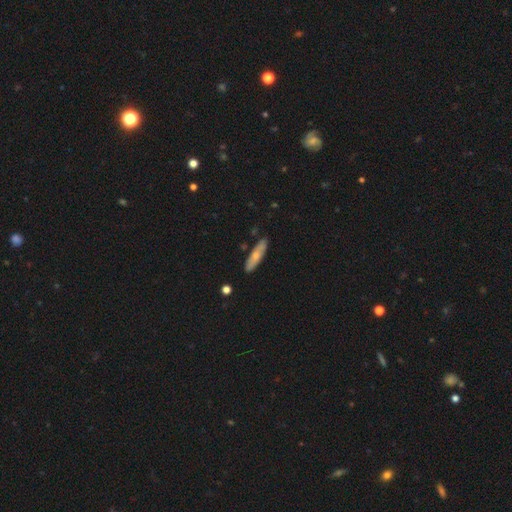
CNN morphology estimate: smooth 64%, featured or disk 30%, star or artifact 6%. Down the decision tree: how rounded — cigar-shaped (71%); merging — none (85%).